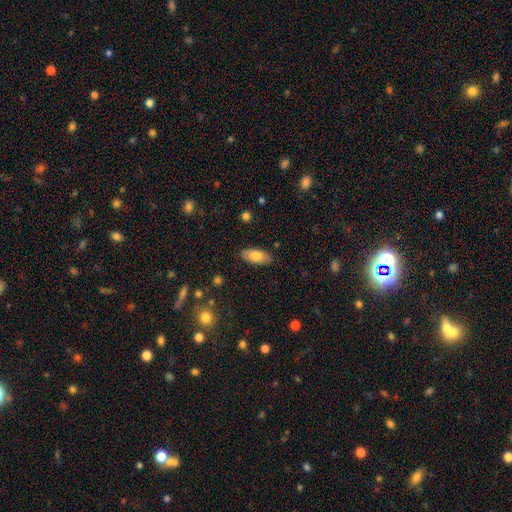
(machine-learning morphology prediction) This is likely a smooth galaxy (78%). How rounded: clearly in between (87%). Merging: clearly none (86%).